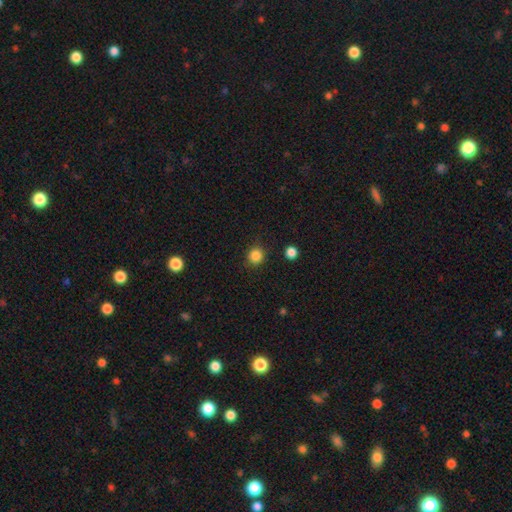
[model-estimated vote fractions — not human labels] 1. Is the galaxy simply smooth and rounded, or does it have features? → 85% smooth, 11% star or artifact, 3% featured or disk.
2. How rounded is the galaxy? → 92% round, 8% in between, 1% cigar-shaped.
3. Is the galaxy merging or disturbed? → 88% none, 7% minor disturbance, 3% major disturbance, 2% merger.